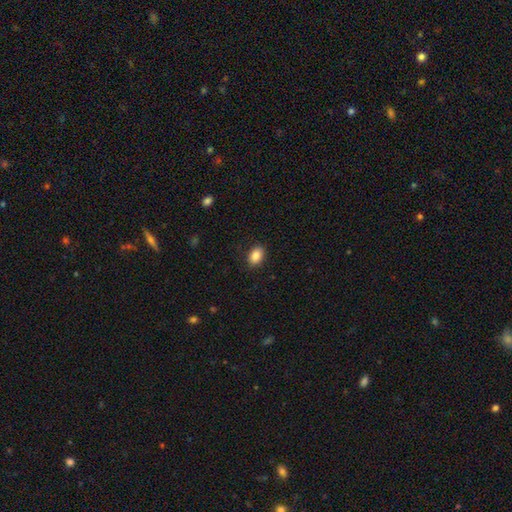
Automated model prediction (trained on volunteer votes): smooth_or_featured: smooth (p=0.87) [alt: star or artifact p=0.08]
how_rounded: in between (p=0.84) [alt: round p=0.14]
merging: none (p=0.88) [alt: minor disturbance p=0.08]